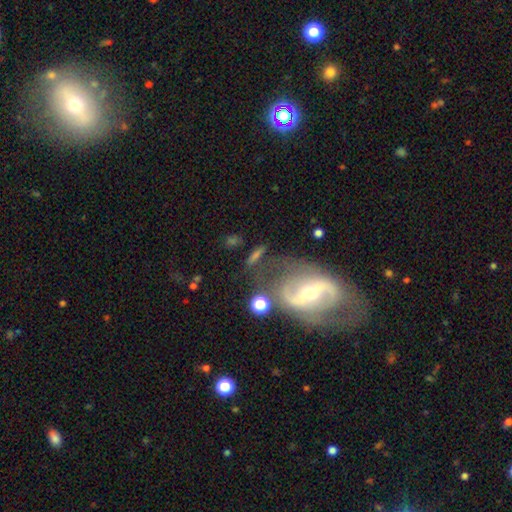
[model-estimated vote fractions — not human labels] smooth-or-featured: featured or disk: 60% | smooth: 28% | star or artifact: 12%
  disk-edge-on: no: 79% | yes: 21%
  merging: none: 57% | minor disturbance: 18% | major disturbance: 13% | merger: 11%